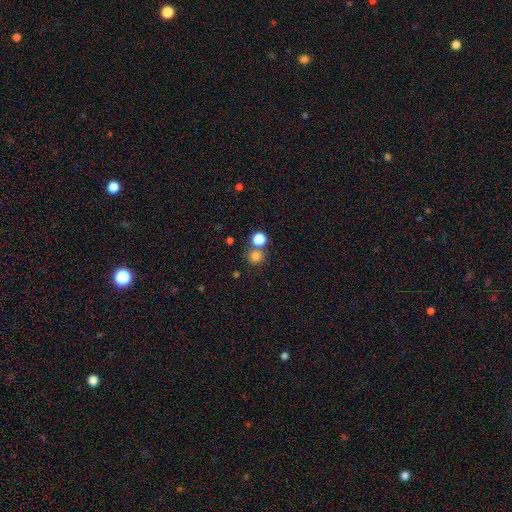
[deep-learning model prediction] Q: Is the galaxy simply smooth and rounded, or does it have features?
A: smooth — 79%.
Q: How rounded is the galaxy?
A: round — 93%.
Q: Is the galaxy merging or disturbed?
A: none — 66%.